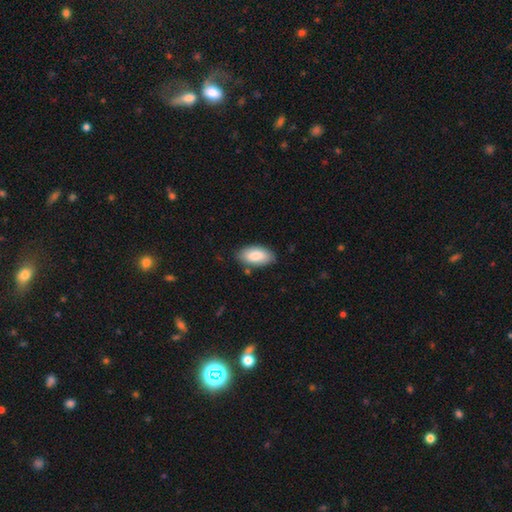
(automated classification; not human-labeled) smooth_or_featured: smooth (p=0.85) [alt: featured or disk p=0.09]
how_rounded: in between (p=0.94) [alt: cigar-shaped p=0.04]
merging: none (p=0.81) [alt: minor disturbance p=0.14]